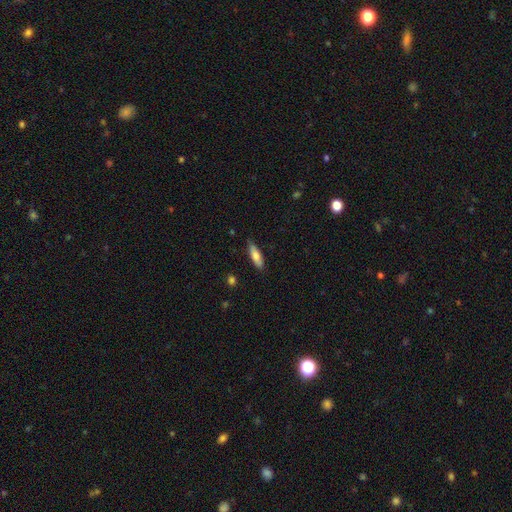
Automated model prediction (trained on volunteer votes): This is likely a smooth galaxy (73%). How rounded: possibly cigar-shaped (56%). Merging: clearly none (84%).